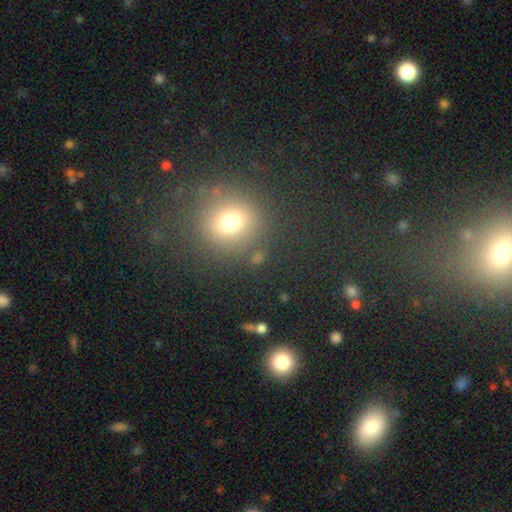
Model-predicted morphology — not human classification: Overall: smooth (70%). How rounded: round (84%). Merging: none (83%).